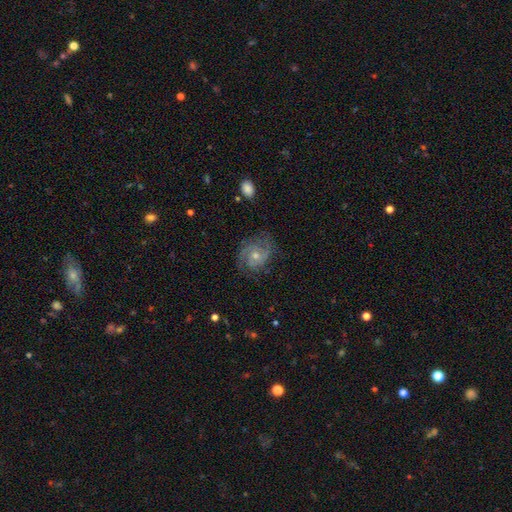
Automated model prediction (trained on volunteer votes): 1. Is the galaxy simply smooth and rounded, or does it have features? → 79% featured or disk, 11% smooth, 10% star or artifact.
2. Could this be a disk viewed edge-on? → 97% no, 3% yes.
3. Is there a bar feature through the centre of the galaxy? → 70% no, 25% weak, 5% strong.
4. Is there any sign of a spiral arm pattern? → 95% yes, 5% no.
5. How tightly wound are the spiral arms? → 50% tight, 40% medium, 10% loose.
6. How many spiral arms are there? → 45% 2, 22% 3, 19% can't tell, 5% 4, 5% 1, 4% more than 4.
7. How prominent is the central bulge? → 48% moderate, 47% small, 2% large, 2% none, 1% dominant.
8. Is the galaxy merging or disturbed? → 75% none, 17% minor disturbance, 7% major disturbance, 1% merger.